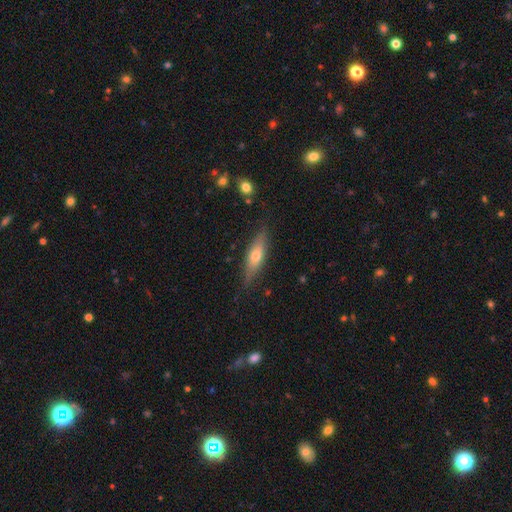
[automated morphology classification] smooth_or_featured: smooth (p=0.47) [alt: featured or disk p=0.46]
merging: none (p=0.82) [alt: minor disturbance p=0.14]